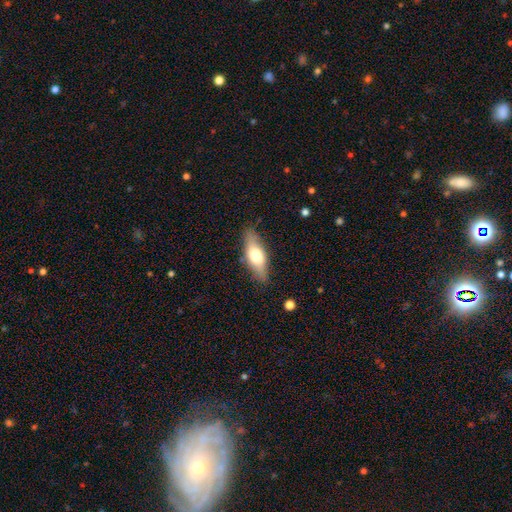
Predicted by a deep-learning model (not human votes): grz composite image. It shows a smooth galaxy with no disk features (54%) that is in between round and cigar-shaped (61%). Merging: none (82%).